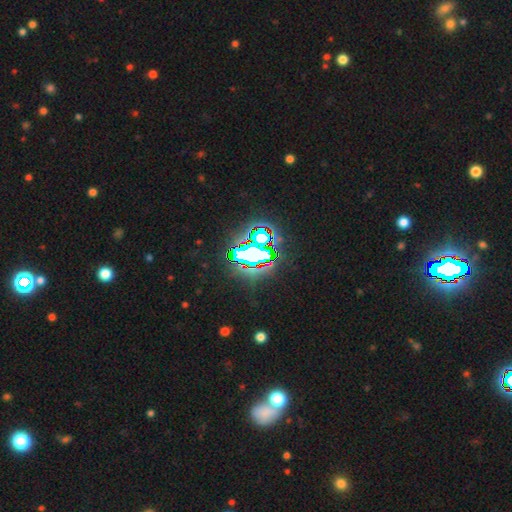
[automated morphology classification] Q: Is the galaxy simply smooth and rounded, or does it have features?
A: star or artifact — 73%.